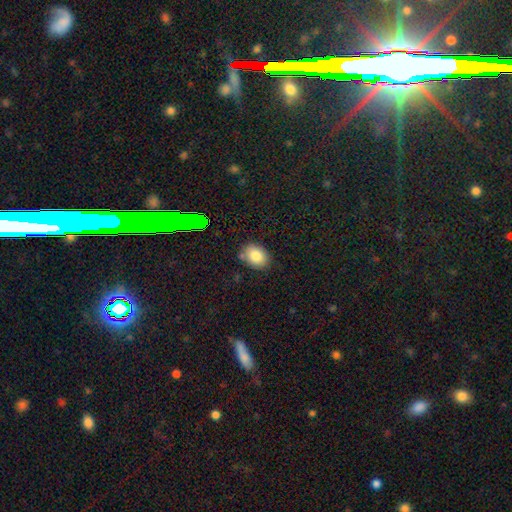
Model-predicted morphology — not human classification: Smooth or featured?
  - smooth: 83% *
  - star or artifact: 9%
  - featured or disk: 8%
How rounded?
  - in between: 72% *
  - round: 27%
  - cigar-shaped: 1%
Merging?
  - none: 79% *
  - minor disturbance: 14%
  - merger: 4%
  - major disturbance: 3%